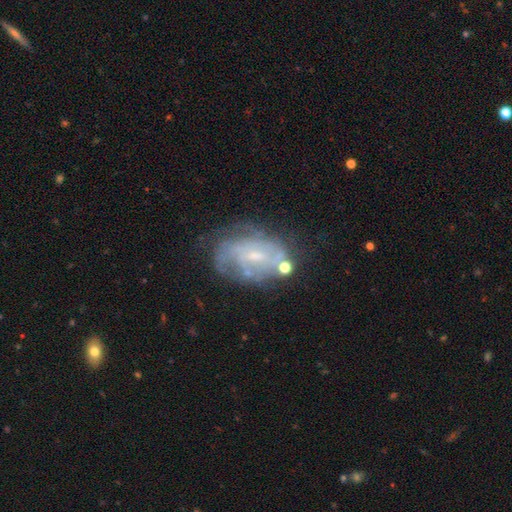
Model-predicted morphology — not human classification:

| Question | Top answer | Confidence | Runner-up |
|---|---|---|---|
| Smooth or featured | featured or disk | 70% | smooth (20%) |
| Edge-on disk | no | 96% | yes (4%) |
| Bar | no | 49% | weak (42%) |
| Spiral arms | yes | 71% | no (29%) |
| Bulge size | small | 60% | moderate (24%) |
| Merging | none | 54% | minor disturbance (23%) |